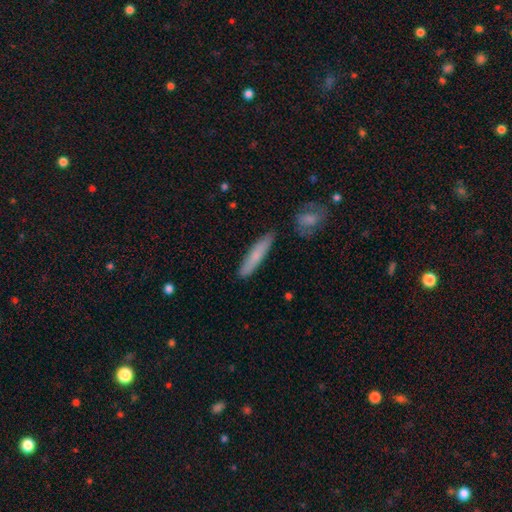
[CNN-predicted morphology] A smooth galaxy with no disk features (73%) that is cigar-shaped (89%). Merging: none (85%).